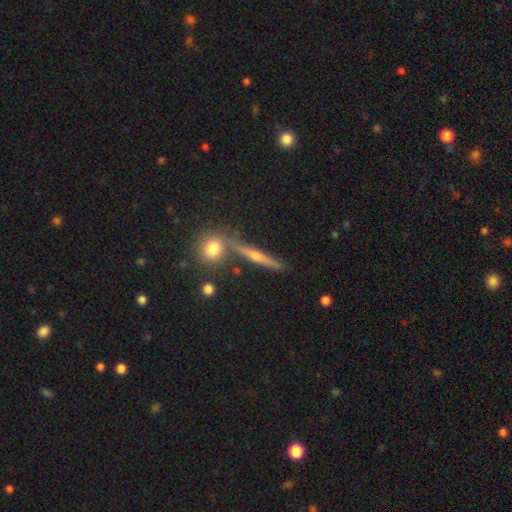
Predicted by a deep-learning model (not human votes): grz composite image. It shows a featured or disk galaxy (67%) viewed edge-on (95%) with a rounded central bulge (86%). Merging: none (81%).